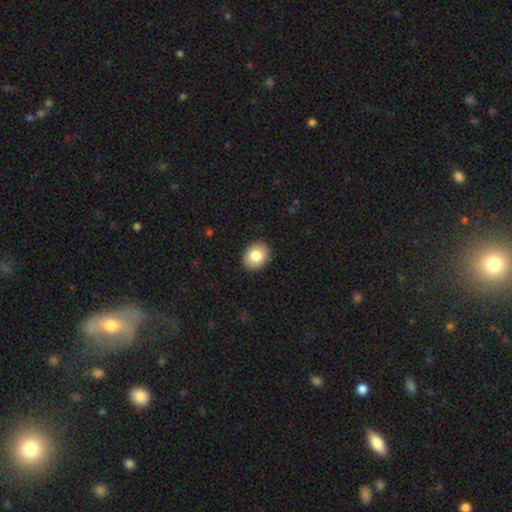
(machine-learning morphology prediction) Smooth or featured?
  - smooth: 83% *
  - featured or disk: 9%
  - star or artifact: 8%
How rounded?
  - in between: 50% *
  - round: 49%
  - cigar-shaped: 1%
Merging?
  - none: 90% *
  - minor disturbance: 7%
  - major disturbance: 2%
  - merger: 1%